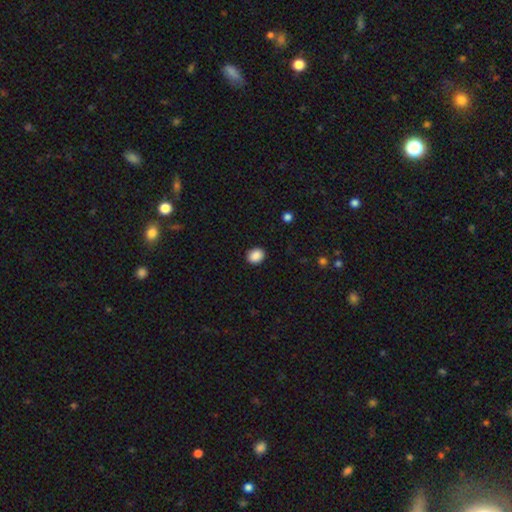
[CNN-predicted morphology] smooth_or_featured: smooth (p=0.89) [alt: star or artifact p=0.09]
how_rounded: round (p=0.53) [alt: in between p=0.46]
merging: none (p=0.89) [alt: minor disturbance p=0.07]